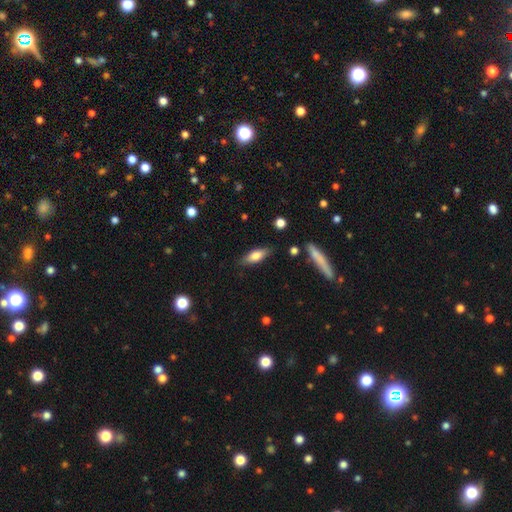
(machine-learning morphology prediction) A smooth galaxy with no disk features (70%) that is in between round and cigar-shaped (61%). Merging: none (82%).